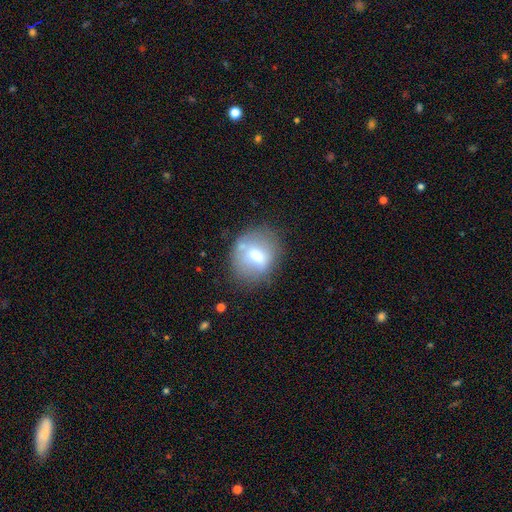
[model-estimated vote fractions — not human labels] Smooth or featured? Predicted: smooth (p=0.58). How rounded? Predicted: round (p=0.62). Merging? Predicted: none (p=0.65).